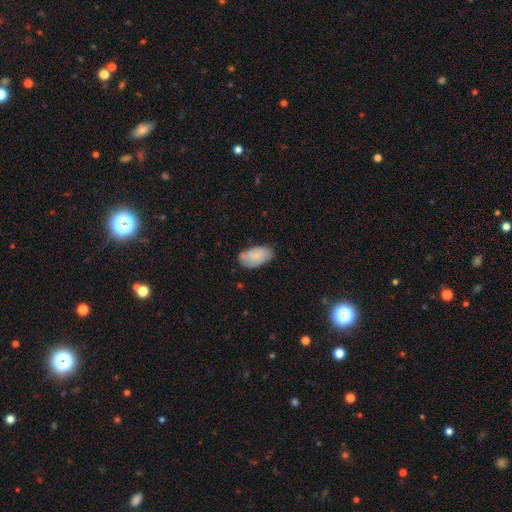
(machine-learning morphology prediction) smooth 76%, featured or disk 18%, star or artifact 7%. Down the decision tree: how rounded — in between (94%); merging — none (67%).